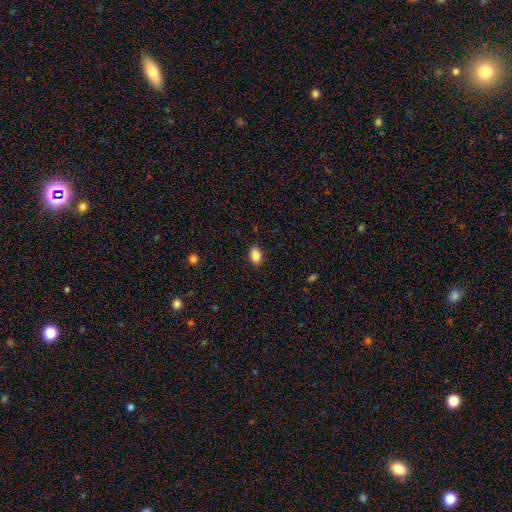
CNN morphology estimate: This appears to be a smooth galaxy with no disk features (86%) that is in between round and cigar-shaped (86%). Merging: none (87%).